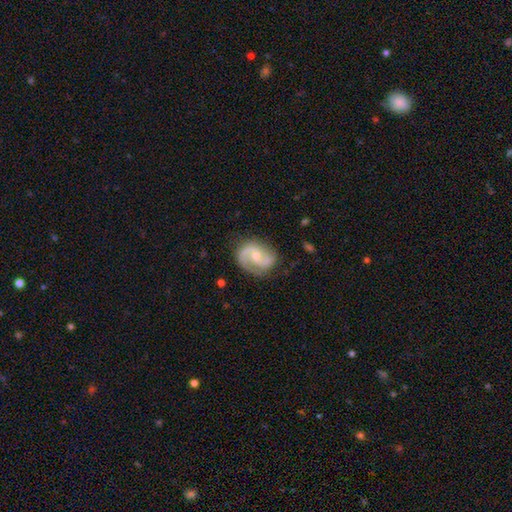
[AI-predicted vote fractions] This is clearly a featured or disk galaxy (86%). It is clearly not viewed edge-on (98%). Bar: possibly no (51%). Spiral arm pattern: clearly yes (97%). Spiral arm count: clearly 2 (87%). Spiral winding: possibly medium (51%). Central bulge: possibly small (54%). Merging: likely none (75%).